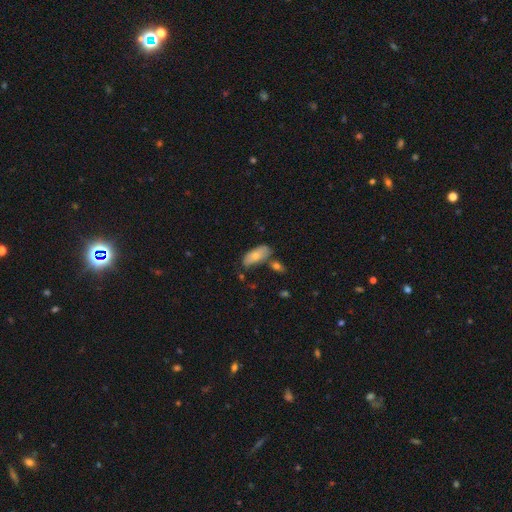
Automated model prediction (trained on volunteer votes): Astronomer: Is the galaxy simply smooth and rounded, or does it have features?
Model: smooth — 73%.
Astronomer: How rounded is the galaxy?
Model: in between — 87%.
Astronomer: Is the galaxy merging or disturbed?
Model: none — 61%.